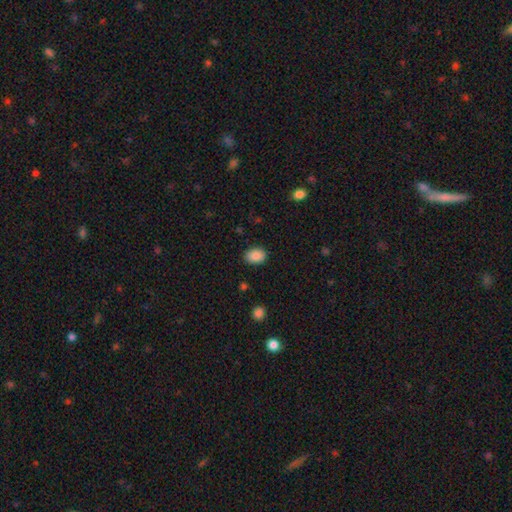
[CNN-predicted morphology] type=smooth (88%); roundness=in between (77%); merging=none (85%).